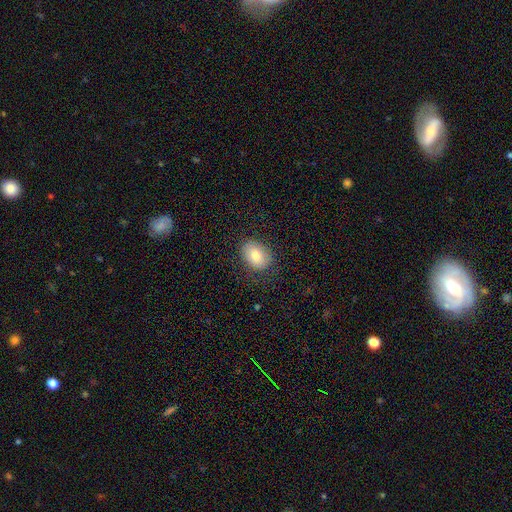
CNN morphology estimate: smooth_or_featured: smooth (p=0.79) [alt: featured or disk p=0.13]
how_rounded: in between (p=0.72) [alt: round p=0.27]
merging: none (p=0.81) [alt: minor disturbance p=0.14]